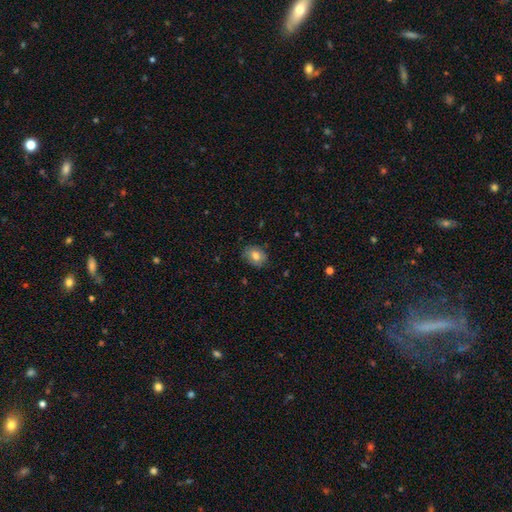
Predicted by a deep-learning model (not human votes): Q: Smooth or featured?
A: smooth (78%); runner-up: featured or disk (13%)
Q: How rounded?
A: round (51%); runner-up: in between (48%)
Q: Merging?
A: none (80%); runner-up: minor disturbance (16%)